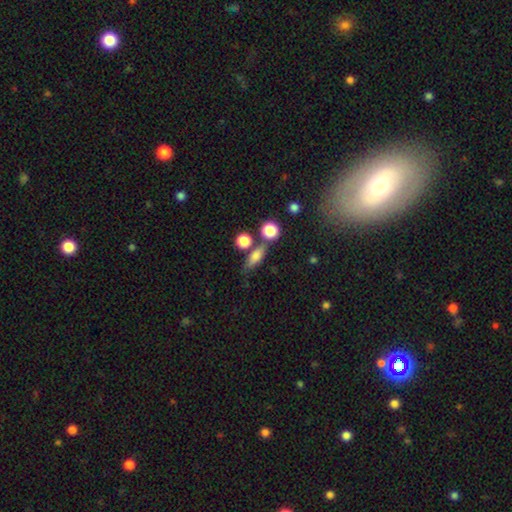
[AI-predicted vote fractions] smooth 74%, featured or disk 16%, star or artifact 10%. Down the decision tree: how rounded — in between (52%); merging — none (62%).